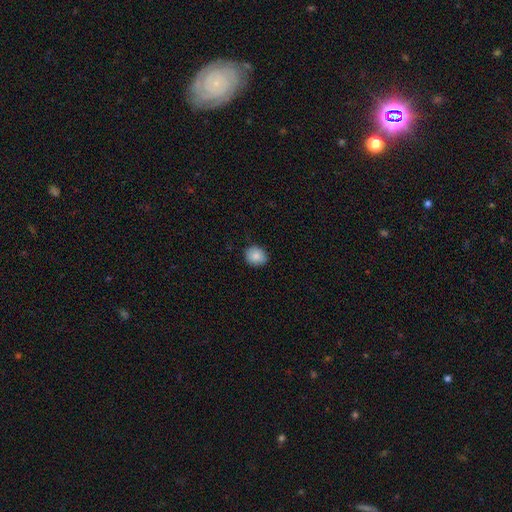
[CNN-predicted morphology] smooth 87%, star or artifact 8%, featured or disk 5%. Down the decision tree: how rounded — round (72%); merging — none (86%).